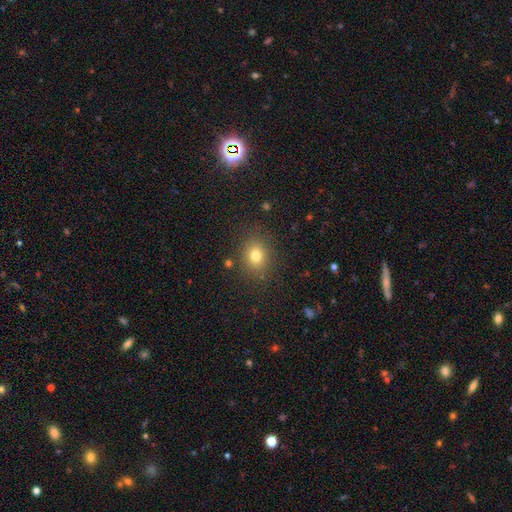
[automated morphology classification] Smooth or featured?
  - smooth: 77% *
  - star or artifact: 14%
  - featured or disk: 9%
How rounded?
  - round: 62% *
  - in between: 37%
  - cigar-shaped: 1%
Merging?
  - none: 85% *
  - minor disturbance: 10%
  - major disturbance: 4%
  - merger: 2%